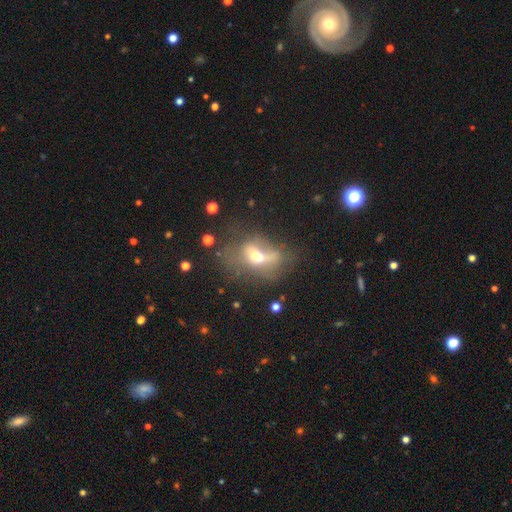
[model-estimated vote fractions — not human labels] Overall: smooth (46%; featured or disk 40%). Merging: major disturbance (32%; none 26%).